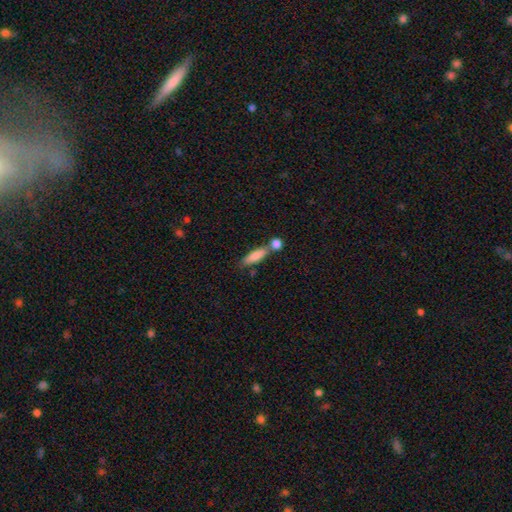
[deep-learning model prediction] Morphology: type=smooth (81%); roundness=cigar-shaped (55%); merging=none (53%).